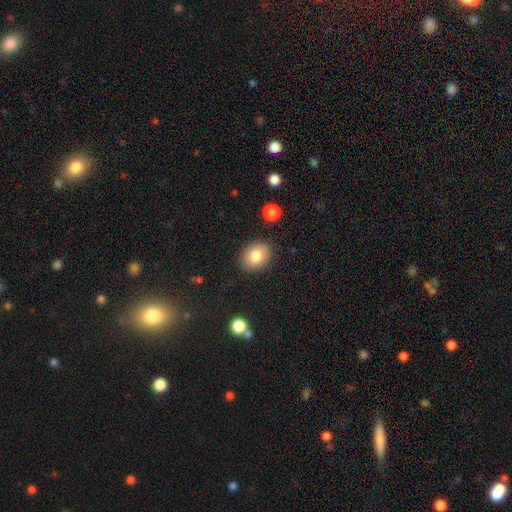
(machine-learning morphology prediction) A smooth galaxy with no disk features (81%) that is in between round and cigar-shaped (56%). Merging: none (86%).